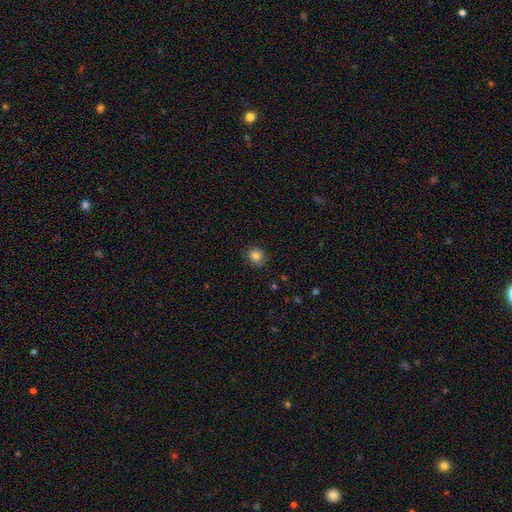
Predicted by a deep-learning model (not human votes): Smooth or featured? smooth (83%)
How rounded? round (81%)
Merging? none (86%)